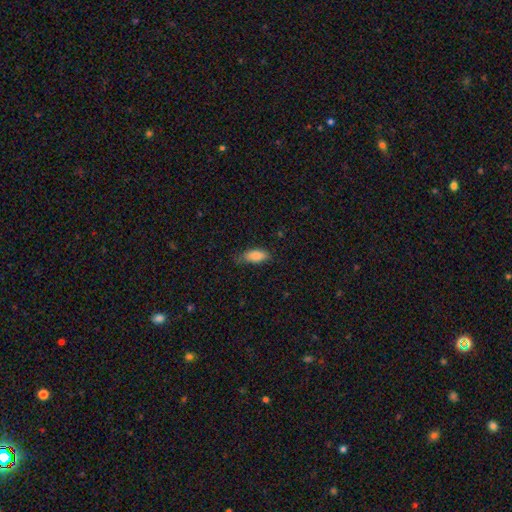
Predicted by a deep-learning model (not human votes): This is clearly a smooth galaxy (86%). How rounded: clearly in between (83%). Merging: likely none (67%).